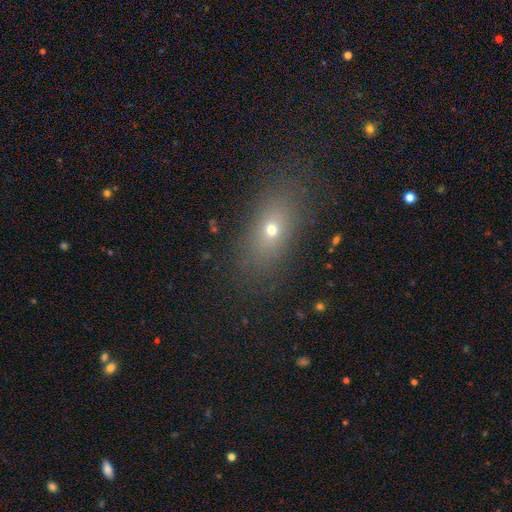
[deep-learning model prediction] This appears to be a smooth galaxy with no disk features (62%) that is in between round and cigar-shaped (72%). Merging: none (84%).